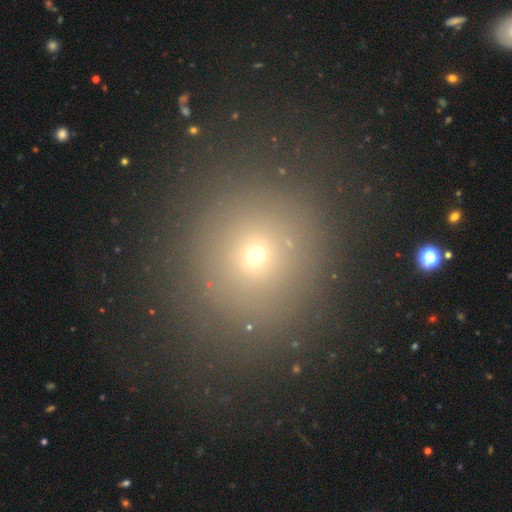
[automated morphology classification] This appears to be a smooth galaxy with no disk features (64%) that is round (90%). Merging: none (82%).